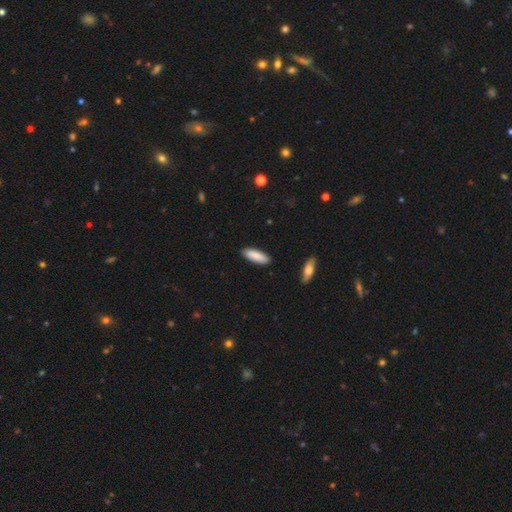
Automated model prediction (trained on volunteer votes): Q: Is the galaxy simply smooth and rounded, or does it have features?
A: smooth — 87%.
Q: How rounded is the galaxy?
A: in between — 58%.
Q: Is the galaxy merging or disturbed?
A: none — 88%.